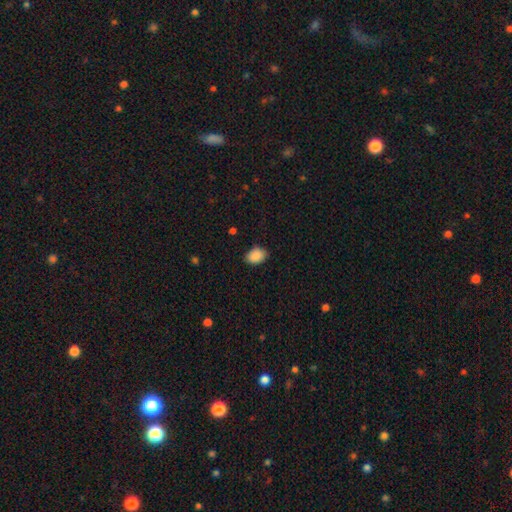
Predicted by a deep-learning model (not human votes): Q: Smooth or featured?
A: smooth (90%); runner-up: star or artifact (7%)
Q: How rounded?
A: in between (76%); runner-up: round (23%)
Q: Merging?
A: none (84%); runner-up: minor disturbance (13%)